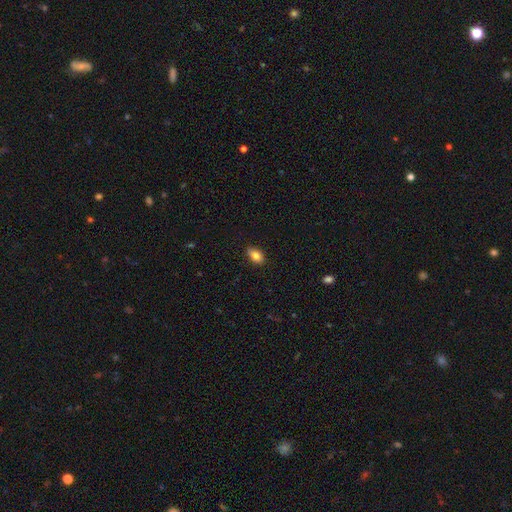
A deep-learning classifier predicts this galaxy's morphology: This appears to be a smooth galaxy with no disk features (82%) that is in between round and cigar-shaped (86%). Merging: none (84%).